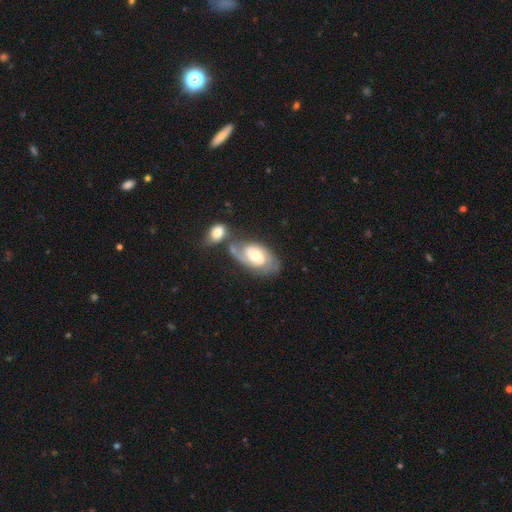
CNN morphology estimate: featured or disk 80%, smooth 14%, star or artifact 5%. Down the decision tree: edge-on disk — no (96%); bar — no (54%); spiral arms — yes (94%); spiral arm count — 2 (79%); spiral winding — tight (46%); bulge size — moderate (67%); merging — none (45%).